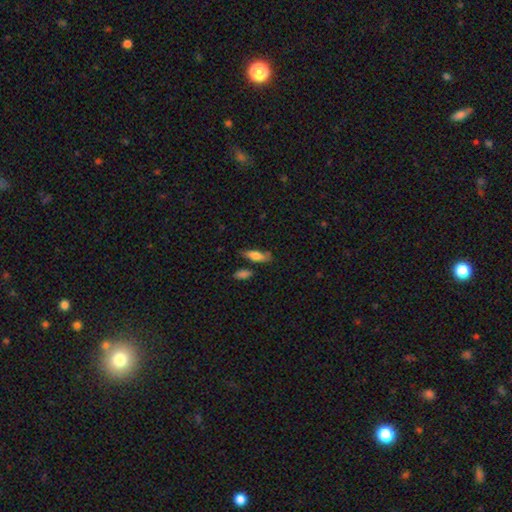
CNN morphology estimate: Smooth or featured? smooth (72%)
How rounded? in between (58%)
Merging? none (68%)